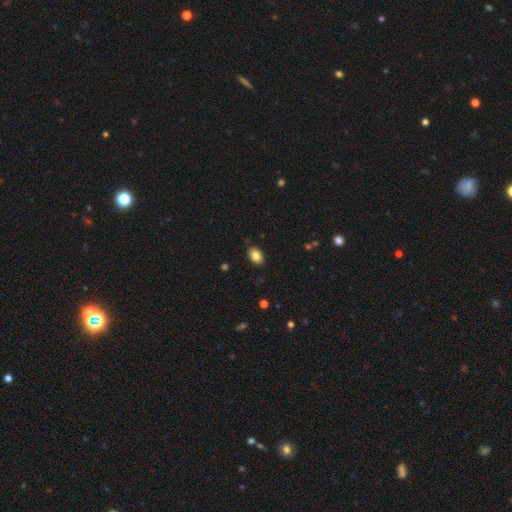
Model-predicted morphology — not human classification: Overall: smooth (83%). How rounded: in between (82%). Merging: none (87%).